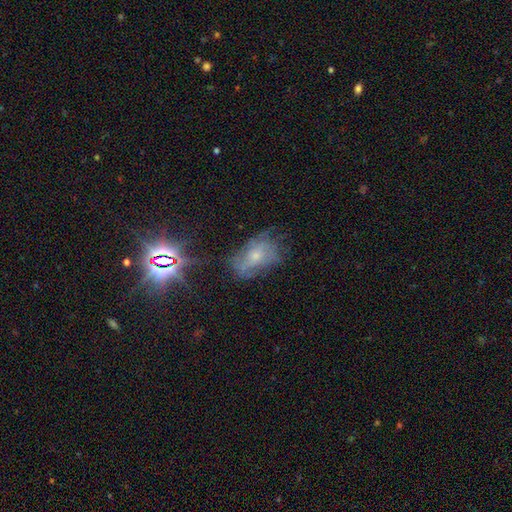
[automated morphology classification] This appears to be a featured or disk galaxy (47%). Merging: none (48%).